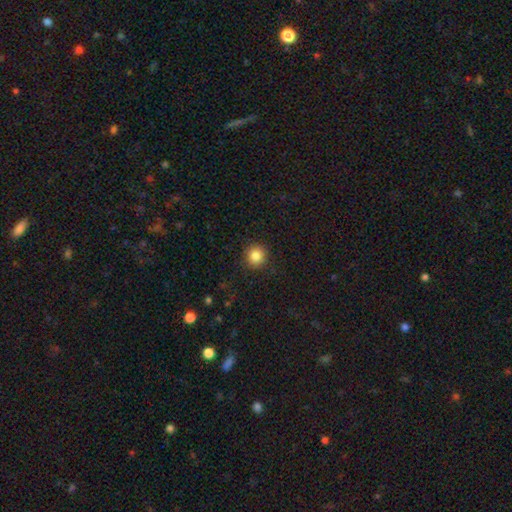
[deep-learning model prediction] Smooth or featured? Predicted: smooth (p=0.85). How rounded? Predicted: round (p=0.93). Merging? Predicted: none (p=0.89).